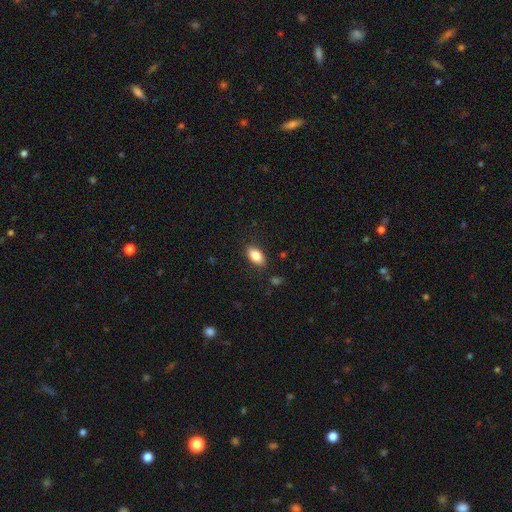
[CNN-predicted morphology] Smooth or featured? smooth (86%)
How rounded? in between (91%)
Merging? none (86%)